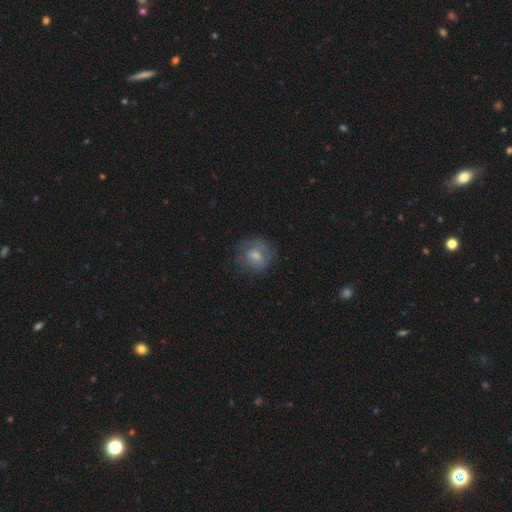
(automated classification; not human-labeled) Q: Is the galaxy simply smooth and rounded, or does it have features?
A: smooth — 59%.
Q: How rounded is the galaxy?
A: round — 79%.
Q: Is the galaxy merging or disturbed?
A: none — 65%.